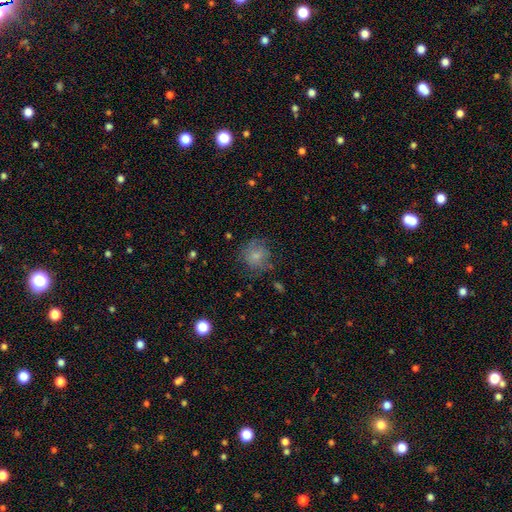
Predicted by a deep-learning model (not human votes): This appears to be a smooth galaxy with no disk features (68%) that is round (80%). Merging: none (62%).